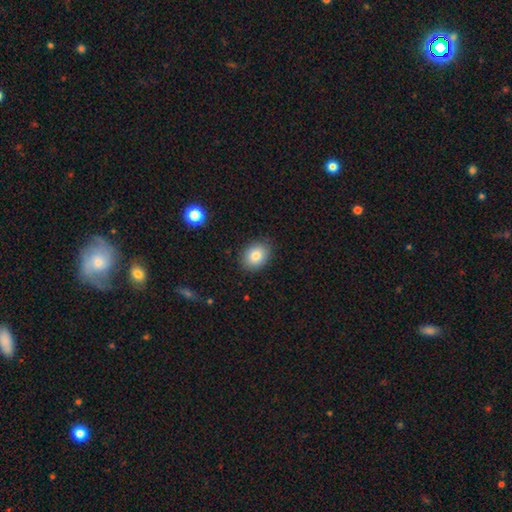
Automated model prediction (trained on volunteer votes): smooth_or_featured: smooth (p=0.83) [alt: star or artifact p=0.09]
how_rounded: in between (p=0.58) [alt: round p=0.41]
merging: none (p=0.87) [alt: minor disturbance p=0.10]